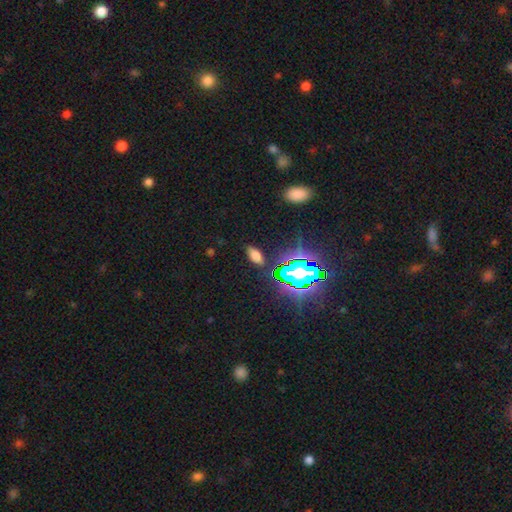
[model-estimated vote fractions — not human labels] Overall: smooth (61%; star or artifact 30%). How rounded: in between (88%). Merging: none (86%).